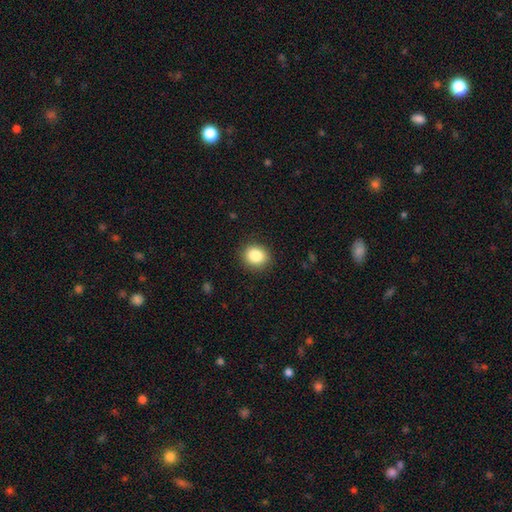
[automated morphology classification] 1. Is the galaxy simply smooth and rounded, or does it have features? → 86% smooth, 9% star or artifact, 5% featured or disk.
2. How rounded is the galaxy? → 68% round, 32% in between, 1% cigar-shaped.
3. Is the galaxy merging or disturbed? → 88% none, 9% minor disturbance, 3% major disturbance, 1% merger.